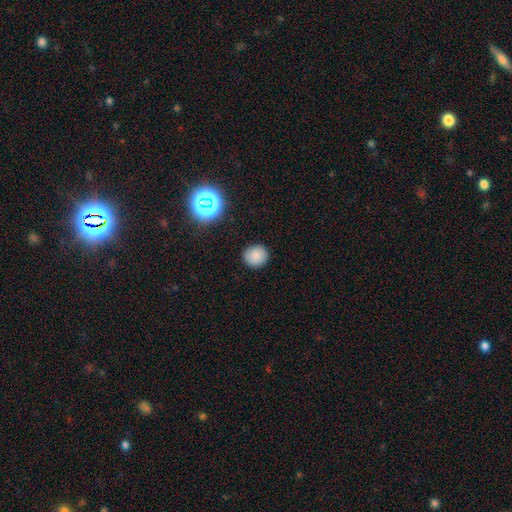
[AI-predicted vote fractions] smooth_or_featured: smooth (p=0.83) [alt: star or artifact p=0.12]
how_rounded: round (p=0.89) [alt: in between p=0.10]
merging: none (p=0.90) [alt: minor disturbance p=0.07]